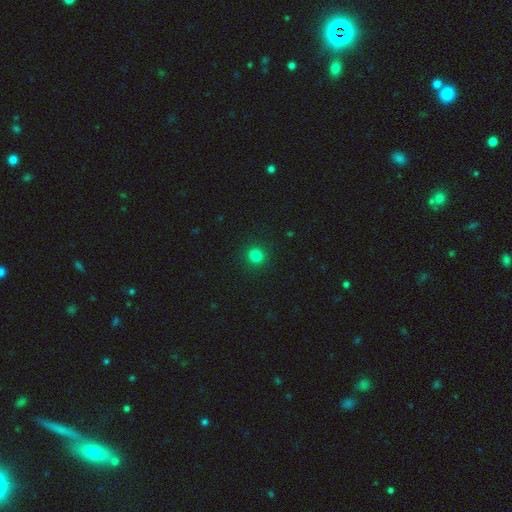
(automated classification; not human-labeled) Morphology: type=smooth (82%); roundness=round (89%); merging=none (92%).